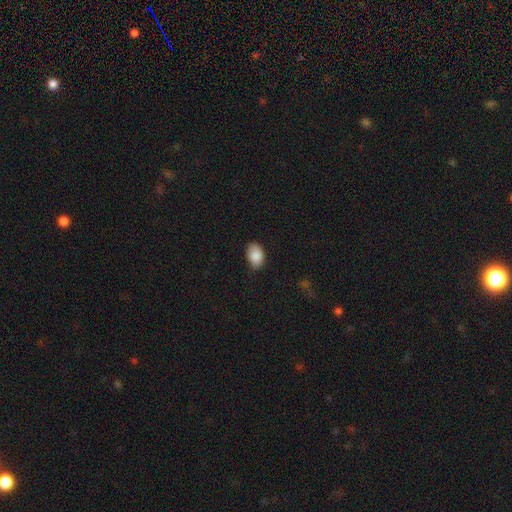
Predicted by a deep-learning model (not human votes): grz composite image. It shows a smooth galaxy with no disk features (87%) that is in between round and cigar-shaped (86%). Merging: none (67%).